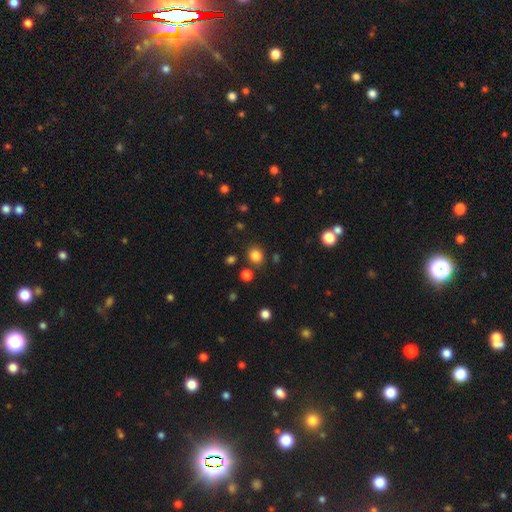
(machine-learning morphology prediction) smooth 82%, star or artifact 13%, featured or disk 5%. Down the decision tree: how rounded — round (75%); merging — none (84%).